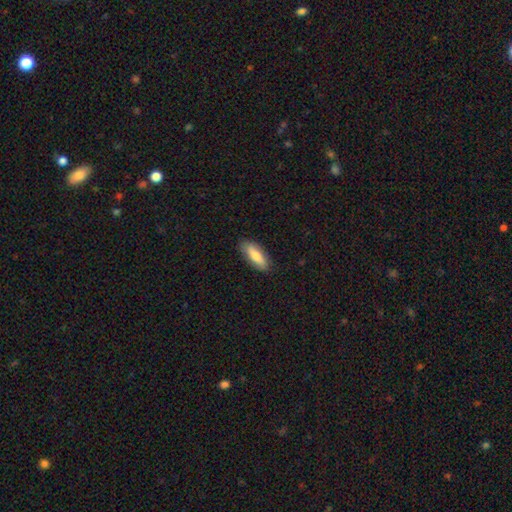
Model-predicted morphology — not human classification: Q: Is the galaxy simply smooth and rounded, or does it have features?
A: smooth — 75%.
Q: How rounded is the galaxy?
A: in between — 68%.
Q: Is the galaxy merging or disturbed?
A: none — 86%.